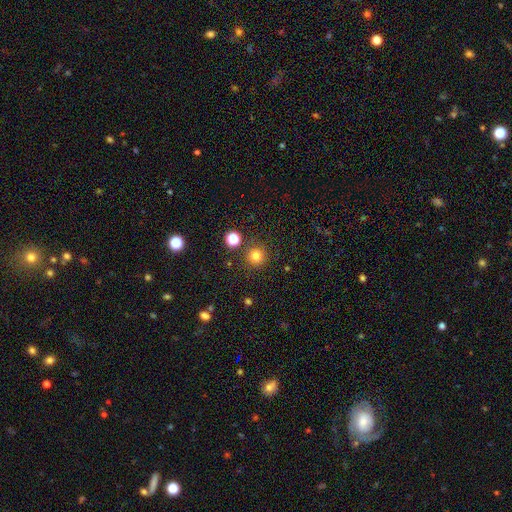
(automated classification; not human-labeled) smooth_or_featured: smooth (p=0.78) [alt: star or artifact p=0.16]
how_rounded: round (p=0.95) [alt: in between p=0.04]
merging: none (p=0.87) [alt: minor disturbance p=0.07]